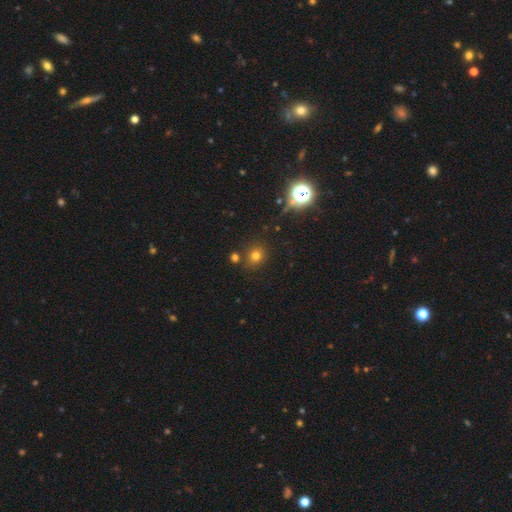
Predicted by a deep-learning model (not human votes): smooth-or-featured: smooth: 69% | star or artifact: 23% | featured or disk: 8%
  how-rounded: round: 79% | in between: 19% | cigar-shaped: 1%
  merging: none: 80% | minor disturbance: 10% | merger: 8% | major disturbance: 3%